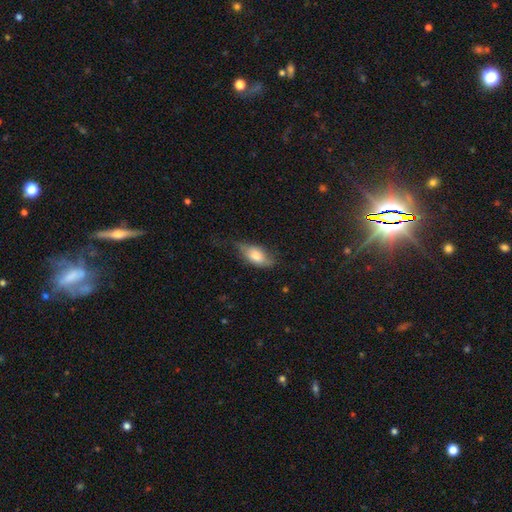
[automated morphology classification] Smooth or featured? smooth (69%)
How rounded? in between (87%)
Merging? none (45%)